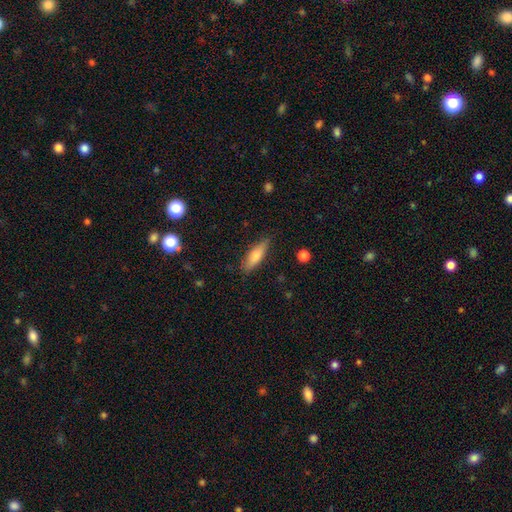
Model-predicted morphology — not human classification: This is likely a smooth galaxy (68%). How rounded: possibly cigar-shaped (58%). Merging: clearly none (84%).